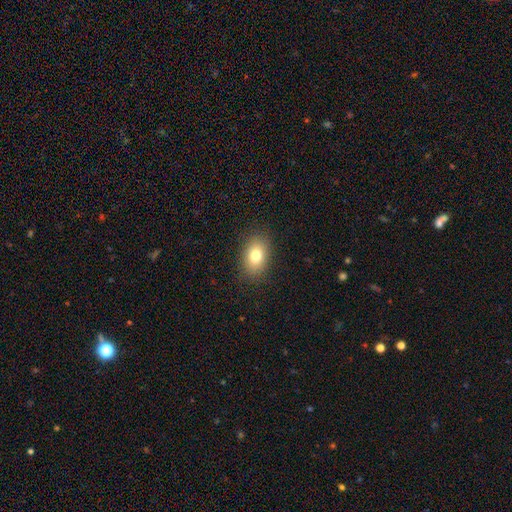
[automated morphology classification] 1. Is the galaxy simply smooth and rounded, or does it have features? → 78% smooth, 12% featured or disk, 10% star or artifact.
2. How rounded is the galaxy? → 81% in between, 18% round, 2% cigar-shaped.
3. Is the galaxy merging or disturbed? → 88% none, 8% minor disturbance, 3% major disturbance, 1% merger.